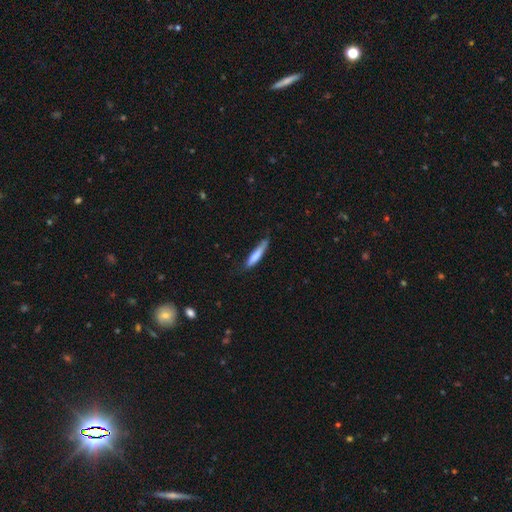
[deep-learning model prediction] The model was most divided on "merging": none: 69%, minor disturbance: 25%, major disturbance: 4%, merger: 2%. More confident: how rounded — cigar-shaped (87%); smooth or featured — smooth (76%).